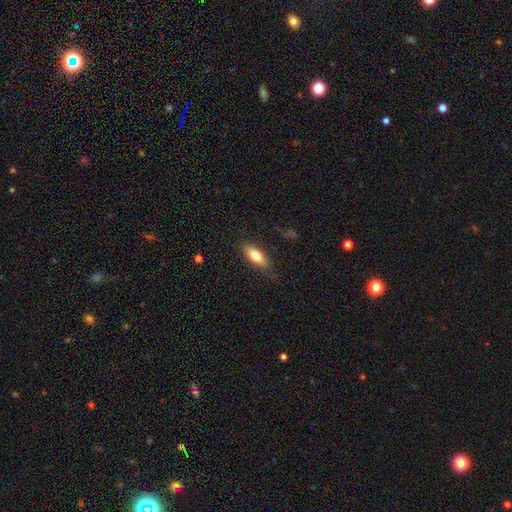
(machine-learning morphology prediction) Smooth or featured? Predicted: smooth (p=0.71). How rounded? Predicted: in between (p=0.69). Merging? Predicted: none (p=0.81).